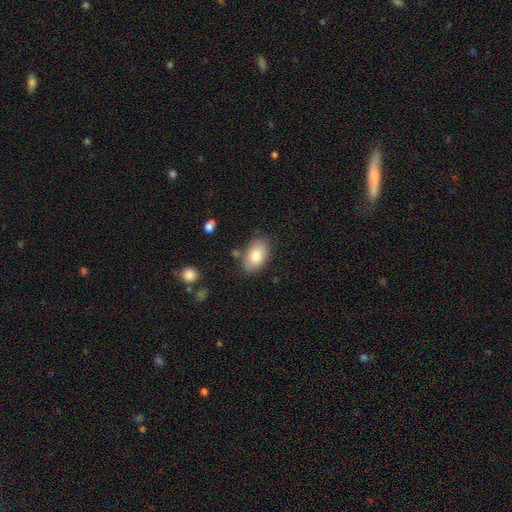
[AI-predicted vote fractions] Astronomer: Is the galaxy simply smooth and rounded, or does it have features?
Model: smooth — 80%.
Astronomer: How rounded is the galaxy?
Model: in between — 92%.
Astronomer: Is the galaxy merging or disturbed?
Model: none — 80%.